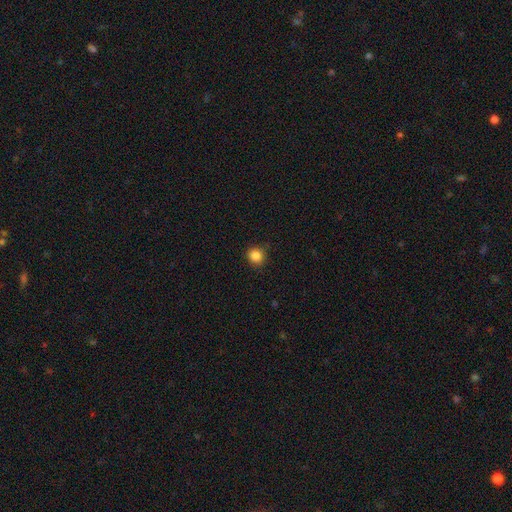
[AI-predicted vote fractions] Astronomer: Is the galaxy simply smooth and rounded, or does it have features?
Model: smooth — 85%.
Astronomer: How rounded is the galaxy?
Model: round — 89%.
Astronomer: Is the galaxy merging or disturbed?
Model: none — 89%.